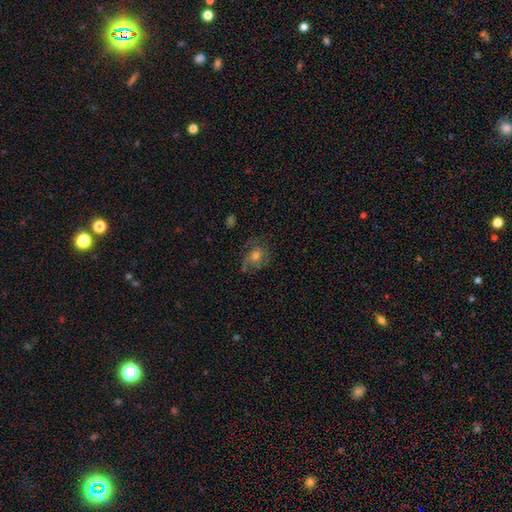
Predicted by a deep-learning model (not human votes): A featured or disk galaxy (44%). Merging: none (63%).